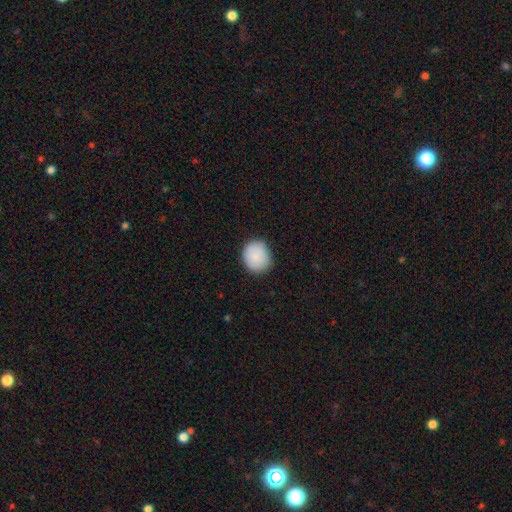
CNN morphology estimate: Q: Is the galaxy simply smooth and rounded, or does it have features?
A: smooth — 88%.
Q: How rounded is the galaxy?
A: round — 79%.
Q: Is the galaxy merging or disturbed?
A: none — 85%.